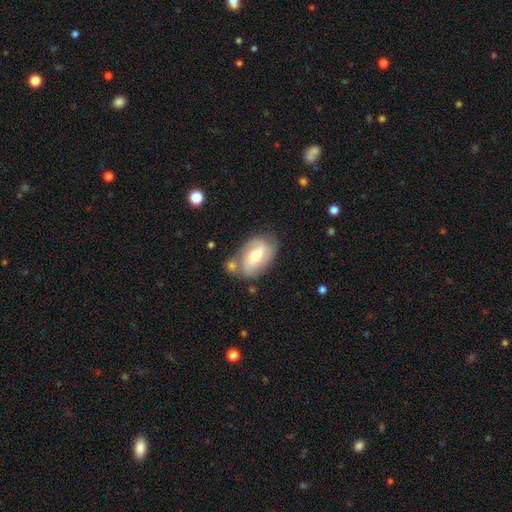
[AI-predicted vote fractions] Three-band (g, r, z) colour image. It shows a featured or disk galaxy (50%). Merging: none (57%).